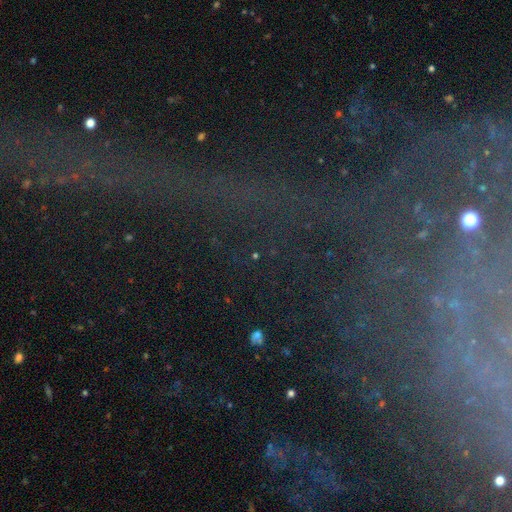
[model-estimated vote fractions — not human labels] star or artifact 76%, smooth 15%, featured or disk 9%.